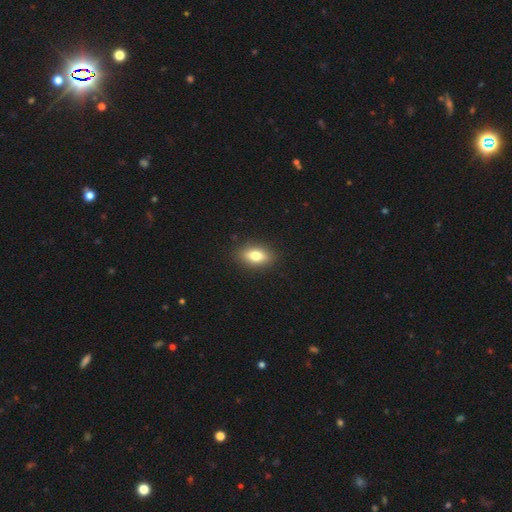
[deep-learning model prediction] Smooth or featured?
  - smooth: 72% *
  - featured or disk: 20%
  - star or artifact: 8%
How rounded?
  - in between: 81% *
  - round: 11%
  - cigar-shaped: 9%
Merging?
  - none: 89% *
  - minor disturbance: 8%
  - major disturbance: 2%
  - merger: 1%